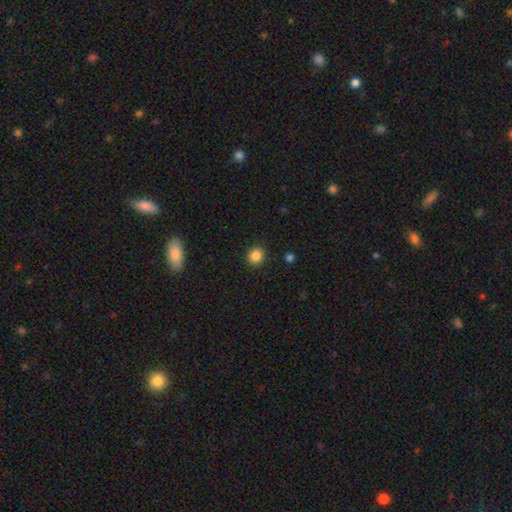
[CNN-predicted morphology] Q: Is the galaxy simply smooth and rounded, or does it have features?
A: smooth — 85%.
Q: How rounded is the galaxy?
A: round — 89%.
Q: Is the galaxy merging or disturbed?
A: none — 91%.